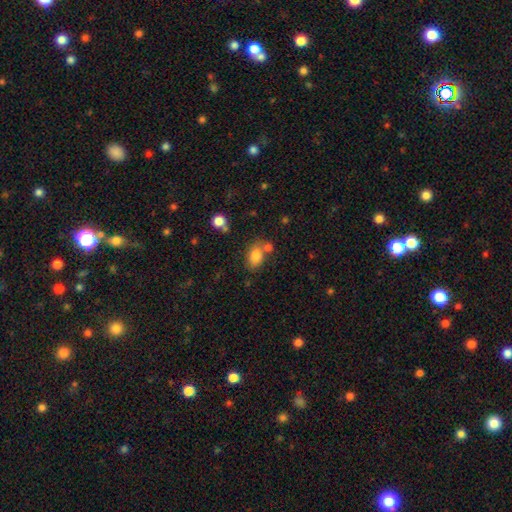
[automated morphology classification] Smooth or featured?
  - smooth: 83% *
  - star or artifact: 10%
  - featured or disk: 7%
How rounded?
  - in between: 83% *
  - round: 16%
  - cigar-shaped: 2%
Merging?
  - none: 62% *
  - merger: 18%
  - minor disturbance: 15%
  - major disturbance: 5%